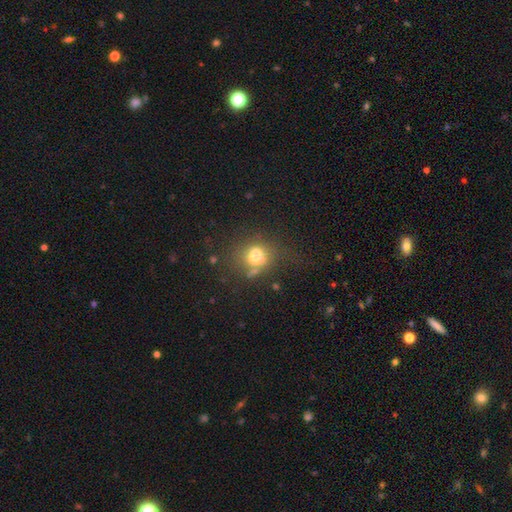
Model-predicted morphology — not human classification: type=smooth (62%); roundness=round (58%); merging=none (47%).